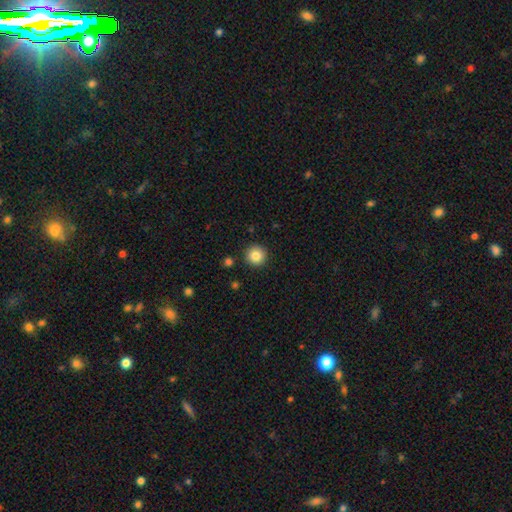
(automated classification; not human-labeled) Morphology: type=smooth (85%); roundness=round (96%); merging=none (92%).